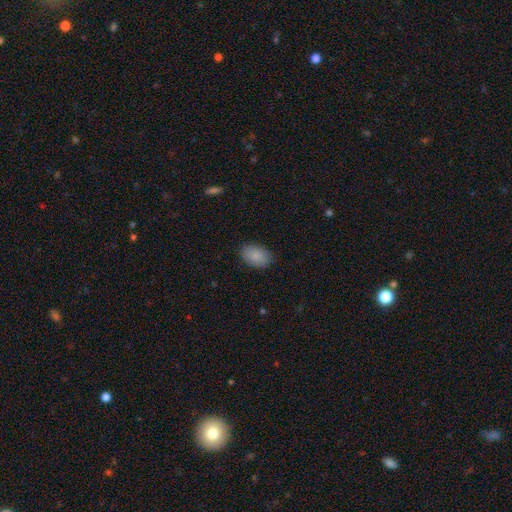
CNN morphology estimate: Smooth or featured? smooth (88%)
How rounded? in between (86%)
Merging? none (86%)